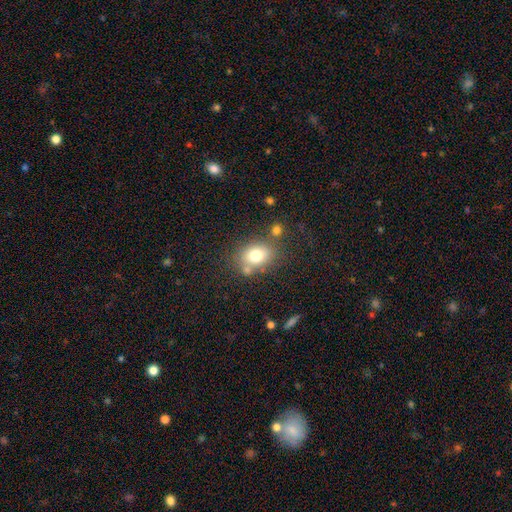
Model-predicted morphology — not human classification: A smooth galaxy with no disk features (75%) that is in between round and cigar-shaped (62%).

Vote fractions:
- Smooth or featured? smooth: 75% / featured or disk: 14% / star or artifact: 11%
- How rounded? in between: 62% / round: 37% / cigar-shaped: 1%
- Merging? none: 65% / minor disturbance: 15% / merger: 14% / major disturbance: 5%